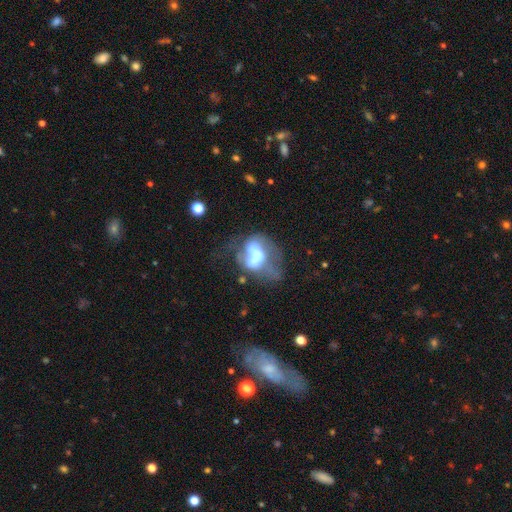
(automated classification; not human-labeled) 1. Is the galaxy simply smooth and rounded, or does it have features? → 50% featured or disk, 39% smooth, 11% star or artifact.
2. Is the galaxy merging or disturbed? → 42% major disturbance, 26% merger, 17% none, 15% minor disturbance.